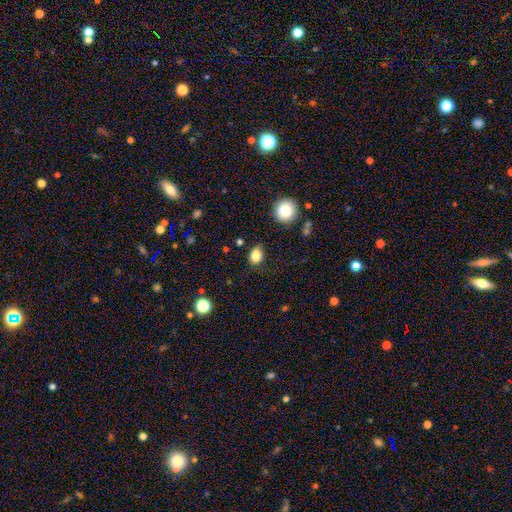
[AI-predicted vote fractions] A smooth galaxy with no disk features (84%) that is in between round and cigar-shaped (58%). Merging: none (78%).